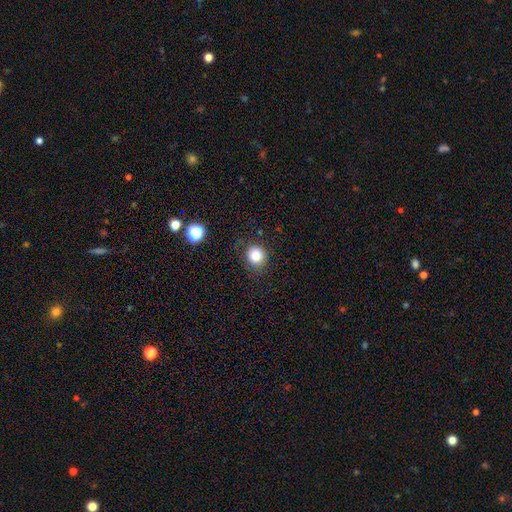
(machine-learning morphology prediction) Overall: smooth (81%). How rounded: round (87%). Merging: none (83%).